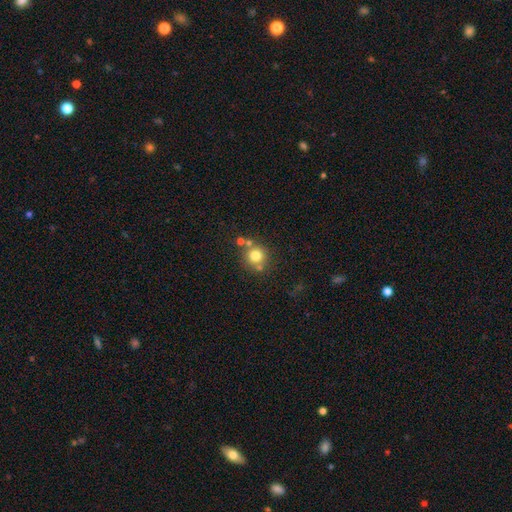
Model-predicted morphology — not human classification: Overall: smooth (76%). How rounded: round (92%). Merging: none (69%).